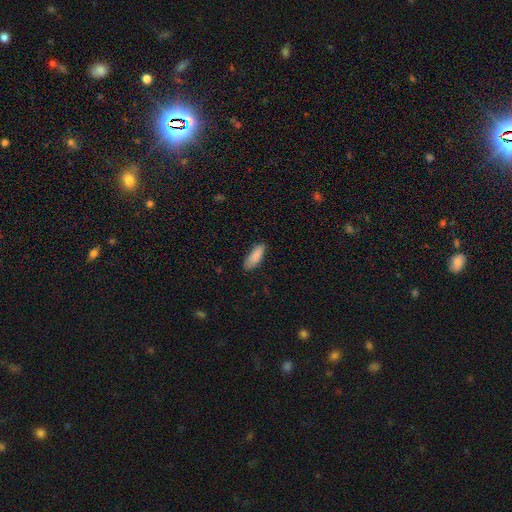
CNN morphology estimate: Overall: smooth (86%). How rounded: in between (63%; cigar-shaped 35%). Merging: none (75%).